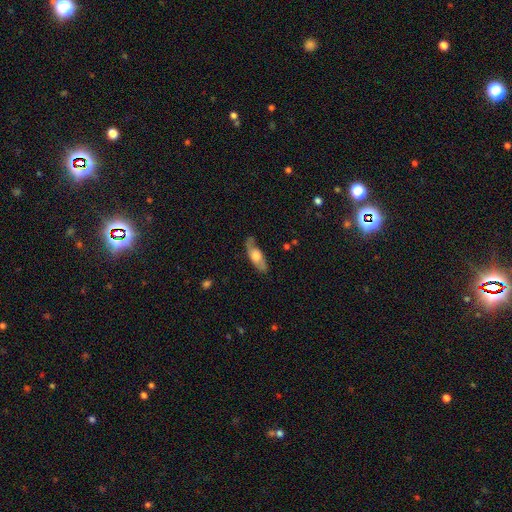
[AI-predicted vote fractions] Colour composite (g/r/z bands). It shows a featured or disk galaxy (49%). Merging: none (70%).